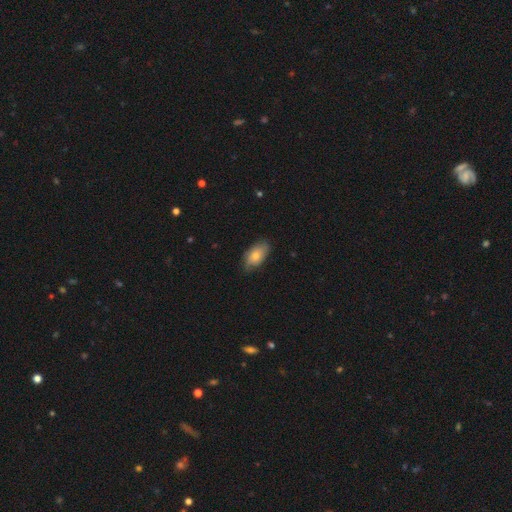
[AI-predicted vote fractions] Smooth or featured?
  - smooth: 66% *
  - featured or disk: 27%
  - star or artifact: 7%
How rounded?
  - in between: 92% *
  - round: 6%
  - cigar-shaped: 3%
Merging?
  - none: 66% *
  - minor disturbance: 27%
  - major disturbance: 6%
  - merger: 1%